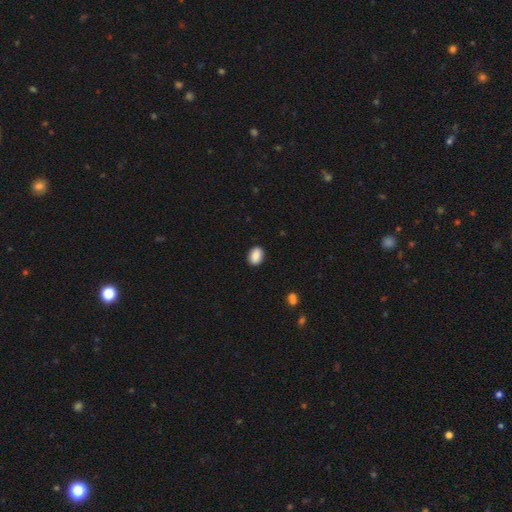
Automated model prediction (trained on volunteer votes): Smooth or featured: smooth — 88% (star or artifact — 7%)
How rounded: in between — 78% (round — 21%)
Merging: none — 89% (minor disturbance — 8%)